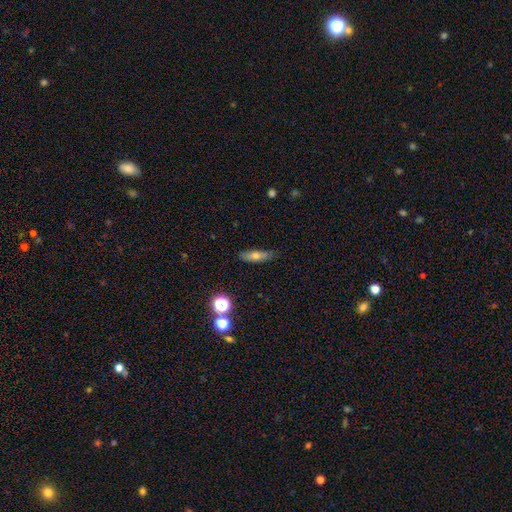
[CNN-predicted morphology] Overall: smooth (63%; featured or disk 28%). How rounded: cigar-shaped (49%; in between 47%). Merging: none (78%).